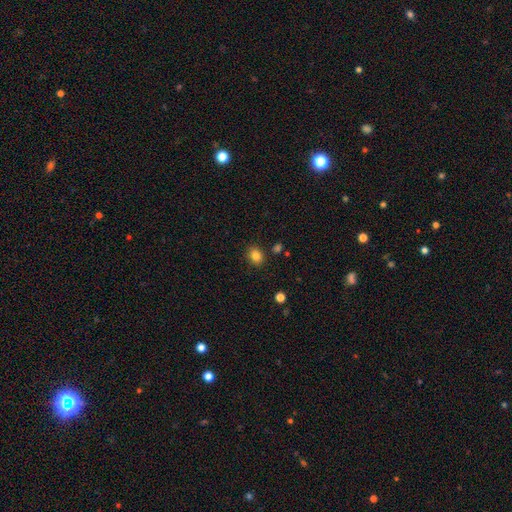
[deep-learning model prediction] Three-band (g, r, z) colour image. It shows a smooth galaxy with no disk features (83%) that is round (53%). Merging: none (86%).